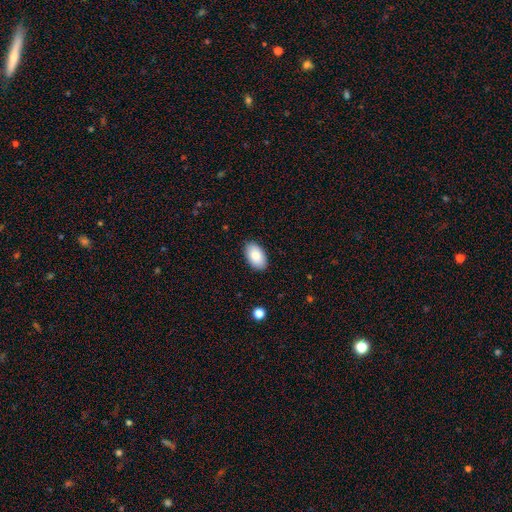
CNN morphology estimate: A smooth galaxy with no disk features (86%) that is in between round and cigar-shaped (95%). Merging: none (88%).